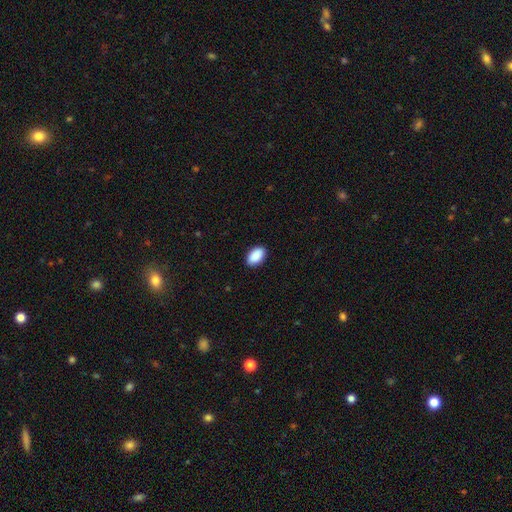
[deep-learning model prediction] Smooth or featured? smooth (91%)
How rounded? in between (93%)
Merging? none (89%)